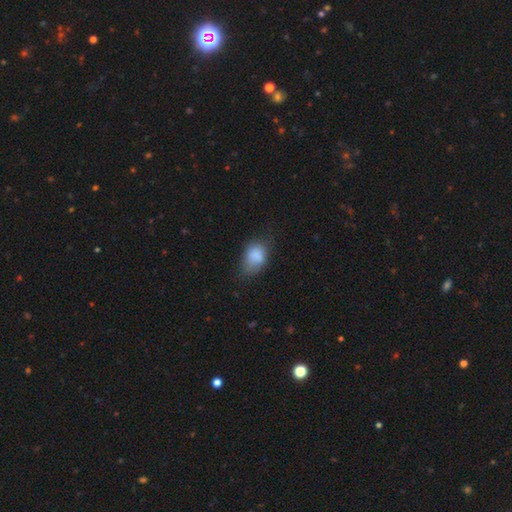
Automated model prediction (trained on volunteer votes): Smooth or featured?
  - smooth: 82% *
  - featured or disk: 9%
  - star or artifact: 9%
How rounded?
  - in between: 79% *
  - round: 19%
  - cigar-shaped: 1%
Merging?
  - none: 45% *
  - minor disturbance: 36%
  - major disturbance: 15%
  - merger: 3%